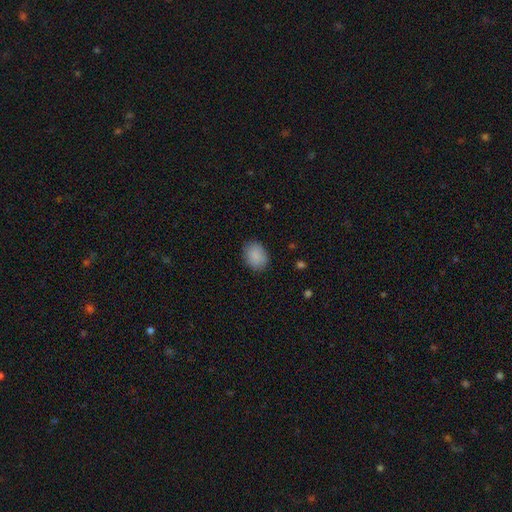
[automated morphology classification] smooth 88%, star or artifact 8%, featured or disk 4%. Down the decision tree: how rounded — in between (61%); merging — none (84%).